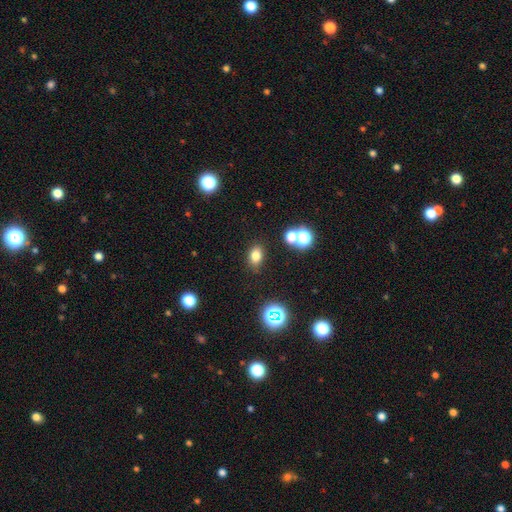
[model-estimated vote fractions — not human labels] smooth 77%, star or artifact 15%, featured or disk 7%. Down the decision tree: how rounded — in between (76%); merging — none (83%).